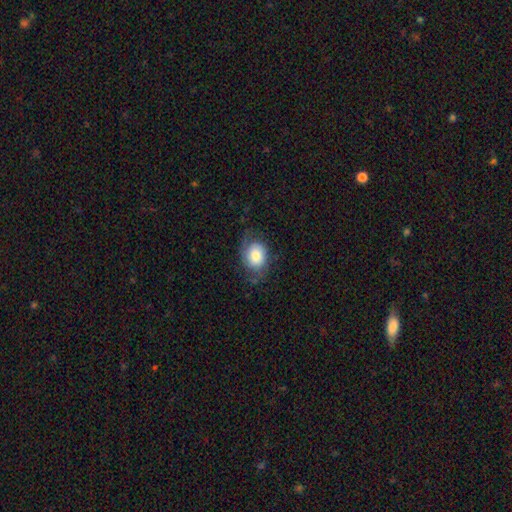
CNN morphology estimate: Smooth or featured? Predicted: smooth (p=0.55). How rounded? Predicted: in between (p=0.51). Merging? Predicted: none (p=0.59).